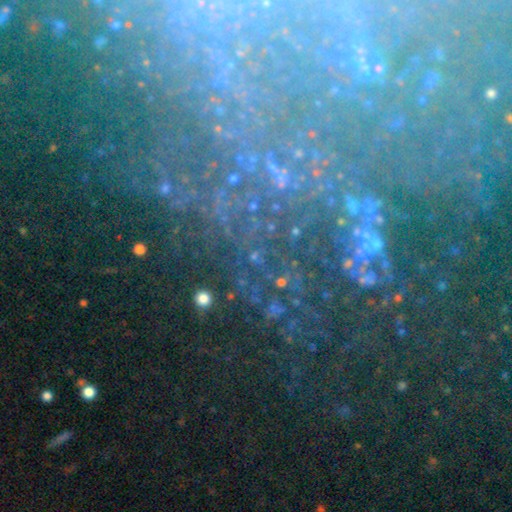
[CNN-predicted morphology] Q: Smooth or featured?
A: star or artifact (49%); runner-up: featured or disk (36%)